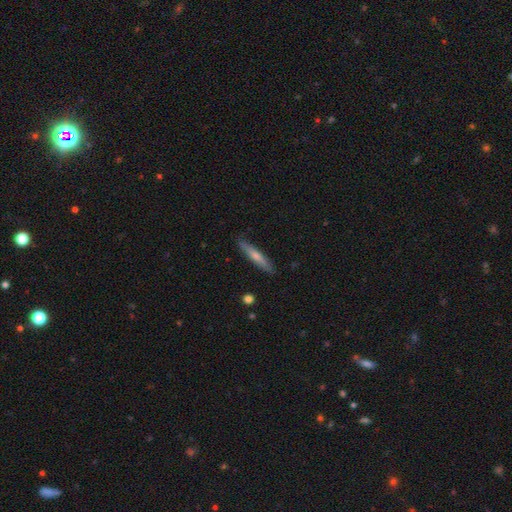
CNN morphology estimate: Smooth or featured?
  - smooth: 50% *
  - featured or disk: 43%
  - star or artifact: 7%
How rounded?
  - cigar-shaped: 92% *
  - in between: 7%
  - round: 2%
Merging?
  - none: 88% *
  - minor disturbance: 9%
  - major disturbance: 2%
  - merger: 1%